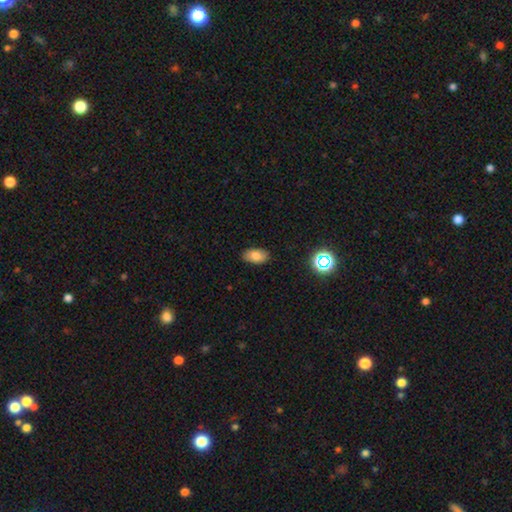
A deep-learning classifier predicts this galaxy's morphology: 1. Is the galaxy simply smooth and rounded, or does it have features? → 81% smooth, 11% star or artifact, 8% featured or disk.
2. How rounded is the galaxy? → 92% in between, 7% round, 2% cigar-shaped.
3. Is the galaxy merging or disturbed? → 87% none, 10% minor disturbance, 2% major disturbance, 1% merger.